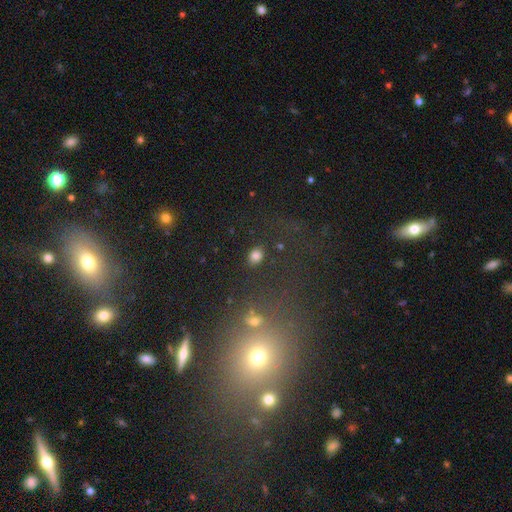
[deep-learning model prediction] Smooth or featured: smooth — 80% (star or artifact — 14%)
How rounded: in between — 60% (round — 39%)
Merging: none — 85% (minor disturbance — 9%)